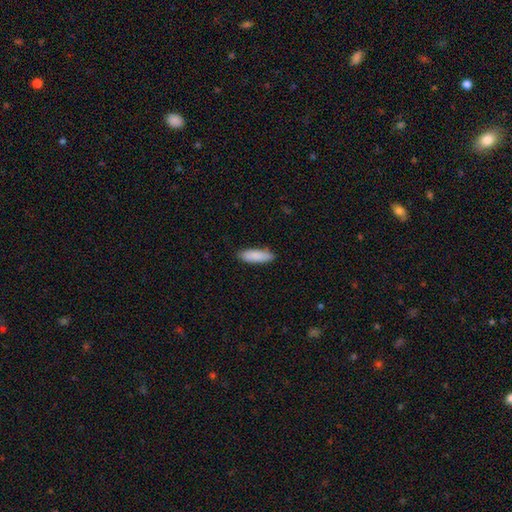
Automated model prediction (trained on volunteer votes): This appears to be a smooth galaxy with no disk features (88%) that is in between round and cigar-shaped (56%). Merging: none (86%).